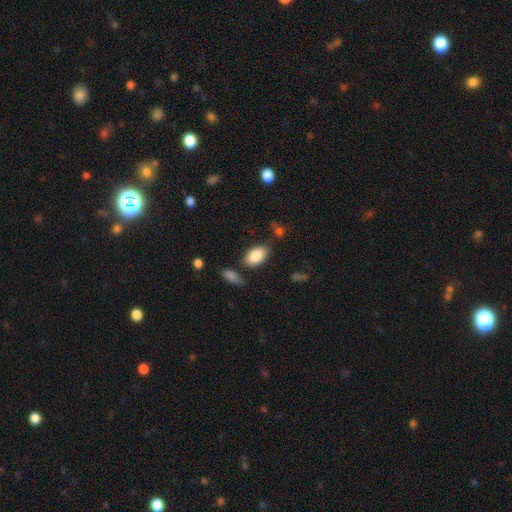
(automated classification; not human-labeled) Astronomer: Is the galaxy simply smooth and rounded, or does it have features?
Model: smooth — 87%.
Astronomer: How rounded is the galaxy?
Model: in between — 92%.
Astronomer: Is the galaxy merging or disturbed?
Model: none — 75%.